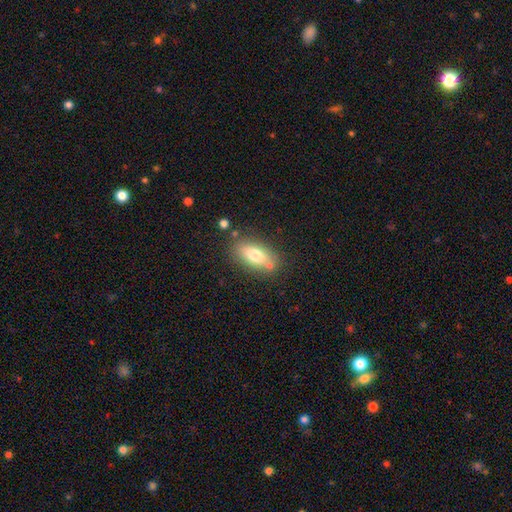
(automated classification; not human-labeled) This appears to be a smooth galaxy with no disk features (75%) that is in between round and cigar-shaped (86%). Merging: none (75%).